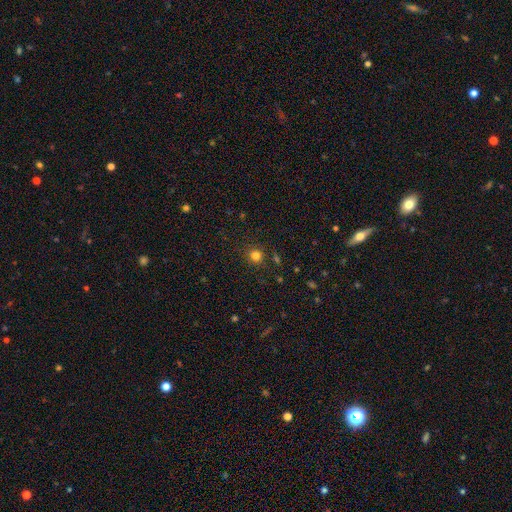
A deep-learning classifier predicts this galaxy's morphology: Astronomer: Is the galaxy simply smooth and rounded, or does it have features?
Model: smooth — 79%.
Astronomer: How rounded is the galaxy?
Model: round — 91%.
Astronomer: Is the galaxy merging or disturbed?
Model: none — 88%.